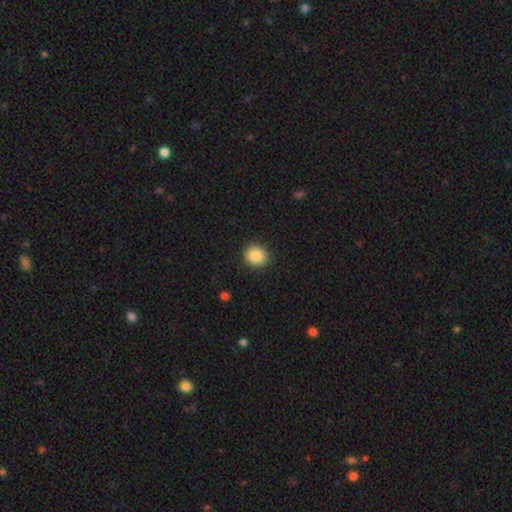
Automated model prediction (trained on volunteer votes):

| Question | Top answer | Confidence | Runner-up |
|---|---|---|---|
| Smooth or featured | smooth | 86% | star or artifact (9%) |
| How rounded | round | 80% | in between (19%) |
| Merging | none | 90% | minor disturbance (7%) |